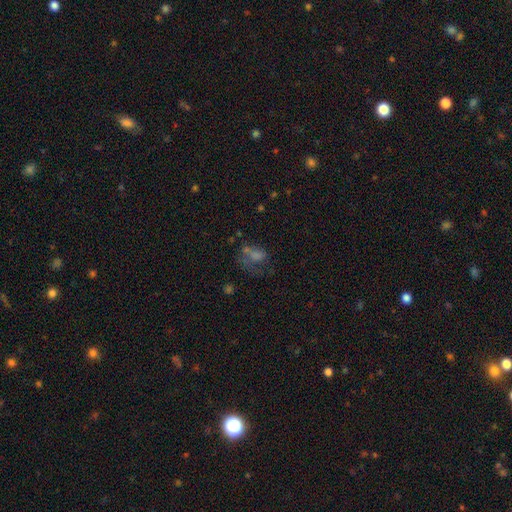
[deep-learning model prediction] A smooth galaxy with no disk features (41%).

Vote fractions:
- Smooth or featured? smooth: 41% / featured or disk: 33% / star or artifact: 26%
- Merging? major disturbance: 39% / none: 33% / minor disturbance: 18% / merger: 10%